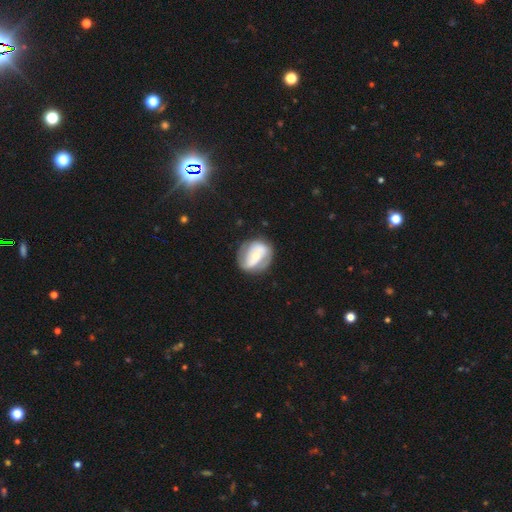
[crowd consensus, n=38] Smooth or featured? 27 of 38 (71%) said featured or disk. Edge-on disk? 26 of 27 (96%) said no. Bar? 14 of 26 (54%) said no. Spiral arms? 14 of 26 (54%) said yes. Spiral winding? 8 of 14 (57%) said loose. Spiral arm count? 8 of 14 (57%) said 2. Bulge size? 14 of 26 (54%) said moderate. Merging? 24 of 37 (65%) said none.